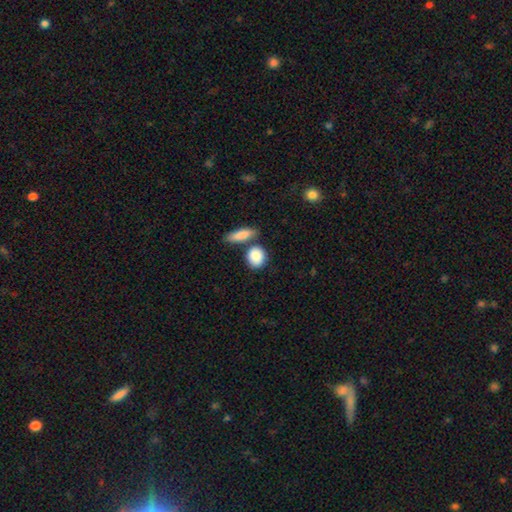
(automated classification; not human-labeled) Smooth or featured? smooth (88%)
How rounded? round (53%)
Merging? none (61%)